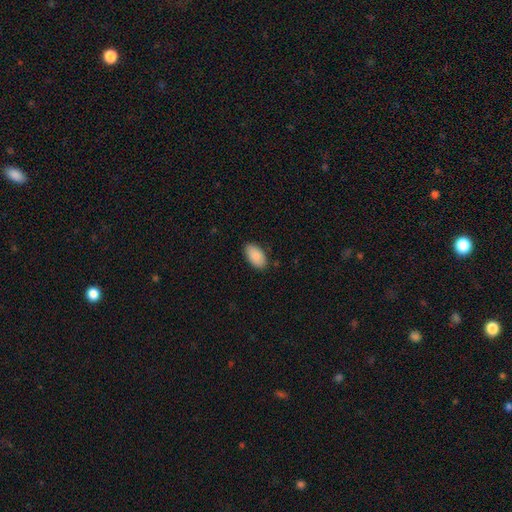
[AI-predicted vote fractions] Smooth or featured?
  - smooth: 89% *
  - star or artifact: 6%
  - featured or disk: 5%
How rounded?
  - in between: 95% *
  - round: 3%
  - cigar-shaped: 2%
Merging?
  - none: 85% *
  - minor disturbance: 12%
  - major disturbance: 2%
  - merger: 1%